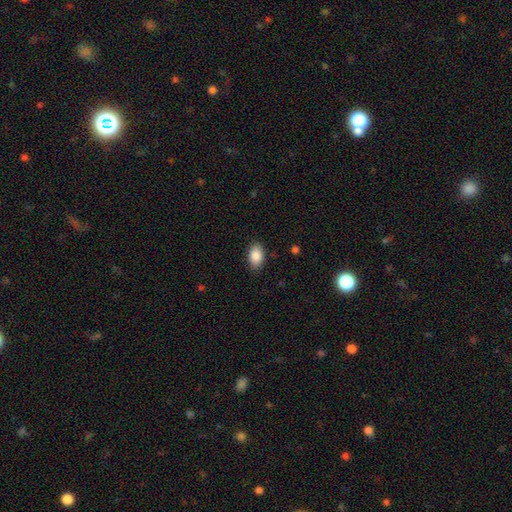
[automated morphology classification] This is clearly a smooth galaxy (88%). How rounded: clearly in between (90%). Merging: clearly none (87%).